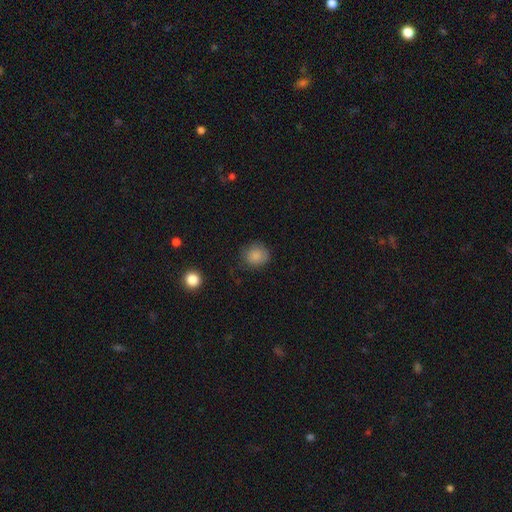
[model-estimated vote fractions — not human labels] Overall: smooth (86%). How rounded: round (81%). Merging: none (79%).